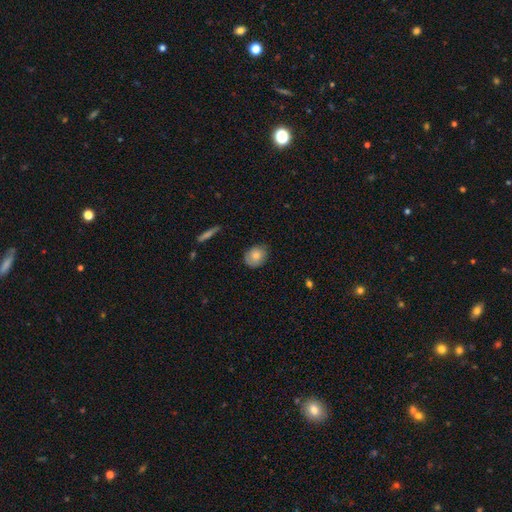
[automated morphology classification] Smooth or featured?
  - smooth: 78% *
  - featured or disk: 14%
  - star or artifact: 7%
How rounded?
  - round: 56% *
  - in between: 43%
  - cigar-shaped: 1%
Merging?
  - none: 73% *
  - minor disturbance: 22%
  - major disturbance: 4%
  - merger: 1%